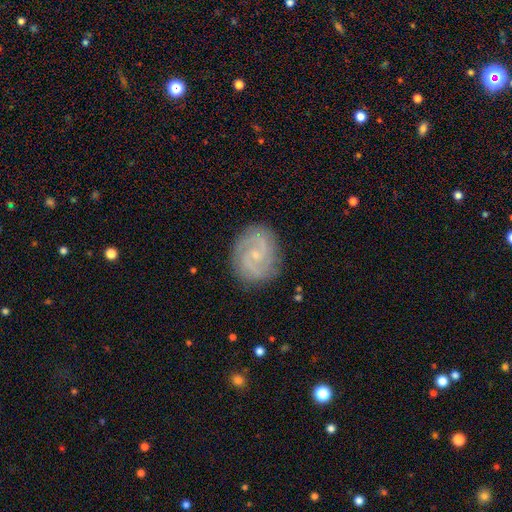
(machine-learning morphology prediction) type=featured or disk (86%); edge-on=no (98%); bar=no (54%); spiral arms=yes (97%); winding=medium (48%); arm count=2 (82%); bulge=small (78%); merging=none (84%).